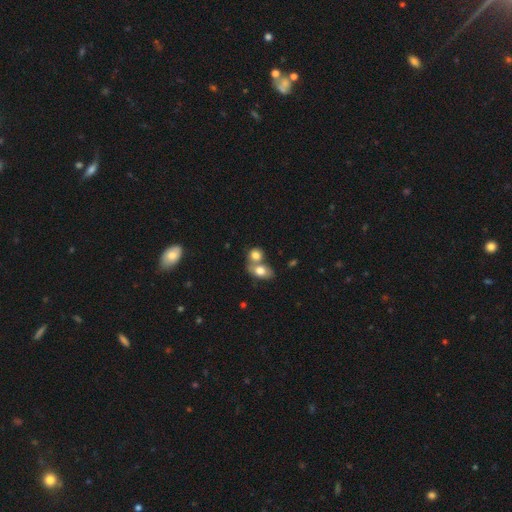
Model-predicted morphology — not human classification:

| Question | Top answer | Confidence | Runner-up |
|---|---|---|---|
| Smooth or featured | smooth | 78% | featured or disk (13%) |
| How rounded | in between | 51% | round (47%) |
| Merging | merger | 60% | none (29%) |